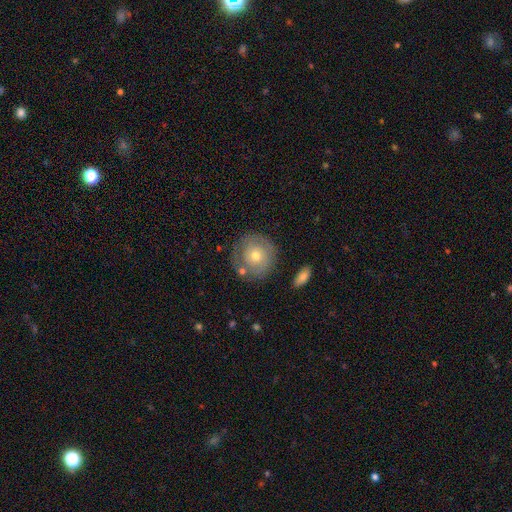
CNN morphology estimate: The model was most divided on "smooth or featured": smooth: 58%, featured or disk: 35%, star or artifact: 7%. More confident: how rounded — round (90%); merging — none (75%).